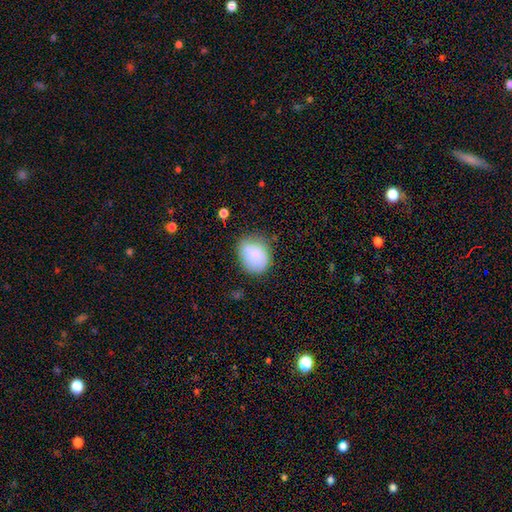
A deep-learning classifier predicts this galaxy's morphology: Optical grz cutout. It shows a smooth galaxy with no disk features (75%) that is in between round and cigar-shaped (51%). Merging: none (63%).